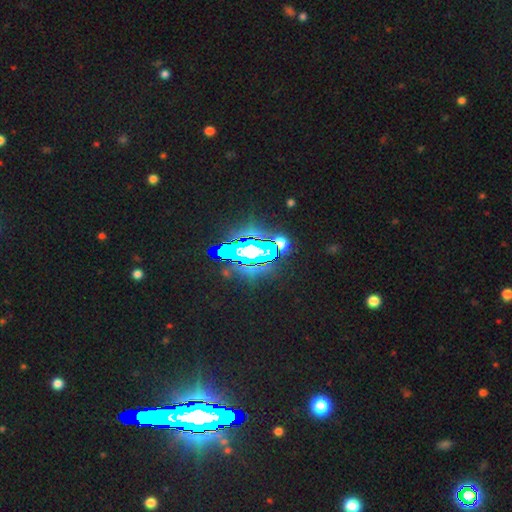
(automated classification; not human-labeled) A star or artifact, not a galaxy (72%).

Vote fractions:
- Smooth or featured? star or artifact: 72% / featured or disk: 14% / smooth: 14%